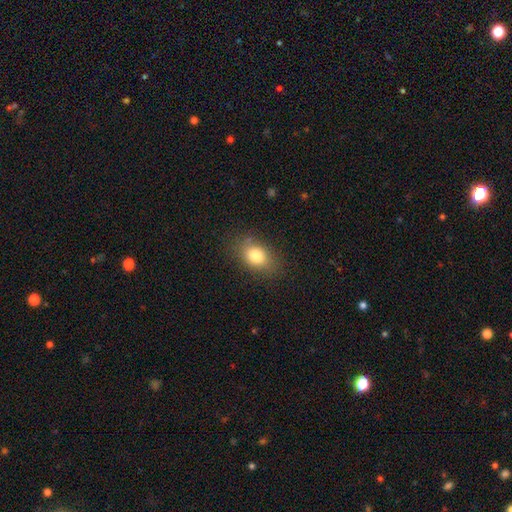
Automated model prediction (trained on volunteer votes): Smooth or featured: smooth — 80% (star or artifact — 10%)
How rounded: in between — 74% (round — 24%)
Merging: none — 81% (minor disturbance — 13%)